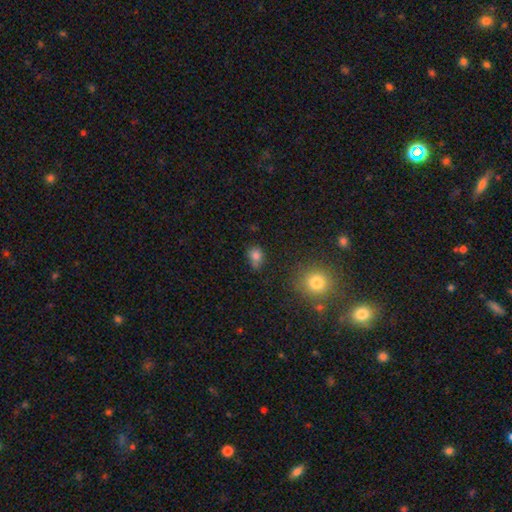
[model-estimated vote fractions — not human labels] A smooth galaxy with no disk features (78%) that is round (58%). Merging: none (53%).